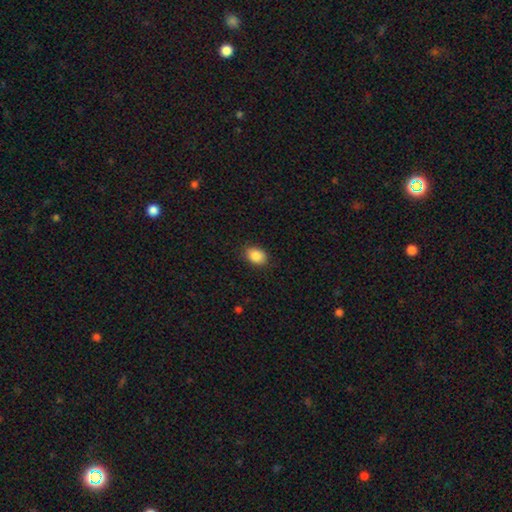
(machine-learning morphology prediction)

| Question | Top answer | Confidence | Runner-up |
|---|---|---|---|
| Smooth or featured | smooth | 87% | star or artifact (8%) |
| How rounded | in between | 73% | round (26%) |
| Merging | none | 87% | minor disturbance (10%) |